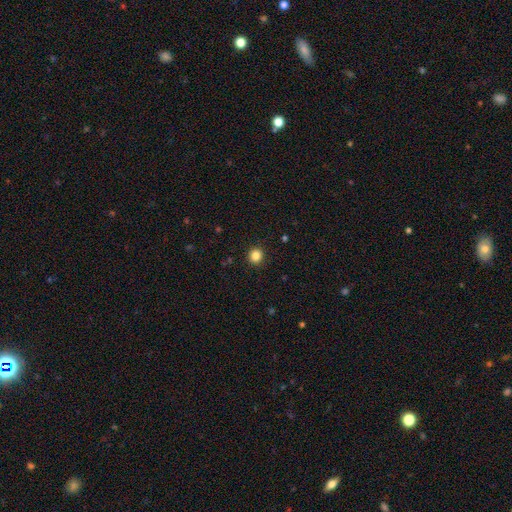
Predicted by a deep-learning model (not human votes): The model was most divided on "smooth or featured": smooth: 85%, star or artifact: 12%, featured or disk: 4%. More confident: merging — none (92%); how rounded — round (91%).